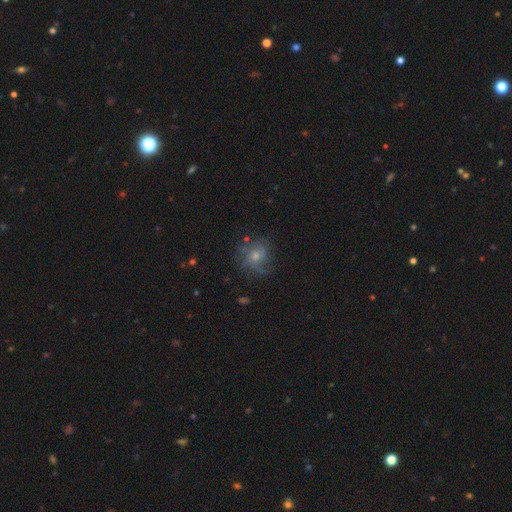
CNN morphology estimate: featured or disk 50%, smooth 30%, star or artifact 20%. Down the decision tree: merging — none (70%).